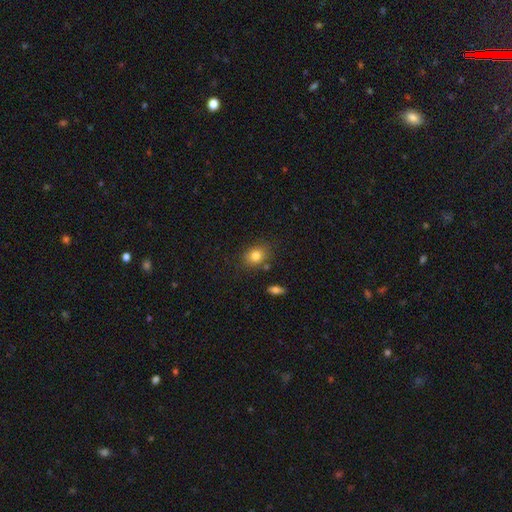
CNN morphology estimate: type=smooth (81%); roundness=in between (50%); merging=none (78%).